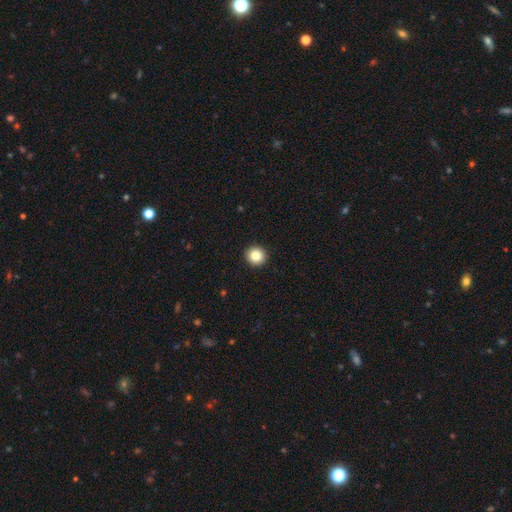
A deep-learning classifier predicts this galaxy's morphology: smooth_or_featured: smooth (p=0.83) [alt: star or artifact p=0.10]
how_rounded: round (p=0.94) [alt: in between p=0.05]
merging: none (p=0.94) [alt: minor disturbance p=0.04]